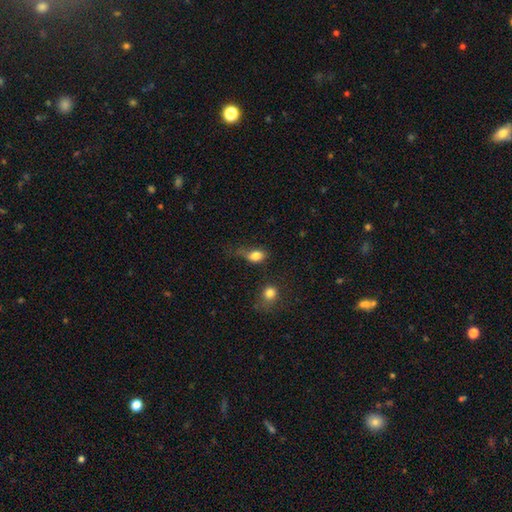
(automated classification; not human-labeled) Q: Smooth or featured?
A: smooth (81%); runner-up: star or artifact (10%)
Q: How rounded?
A: in between (70%); runner-up: round (27%)
Q: Merging?
A: none (38%); runner-up: minor disturbance (30%)